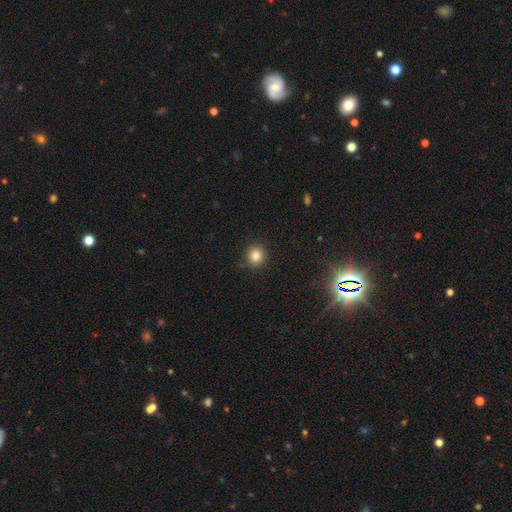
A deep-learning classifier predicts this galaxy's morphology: type=smooth (82%); roundness=round (89%); merging=none (88%).